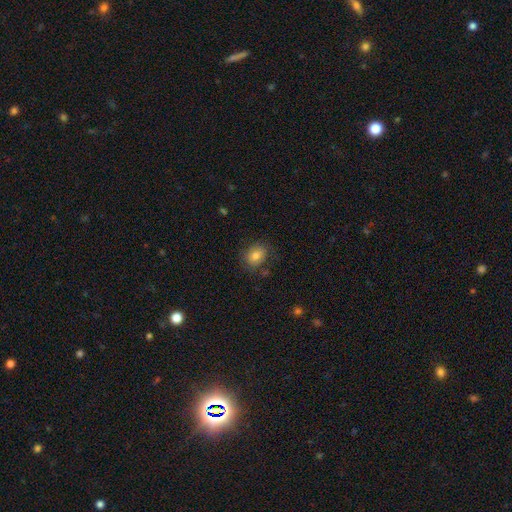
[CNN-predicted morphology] Q: Smooth or featured?
A: smooth (77%); runner-up: featured or disk (13%)
Q: How rounded?
A: in between (52%); runner-up: round (47%)
Q: Merging?
A: none (77%); runner-up: minor disturbance (16%)